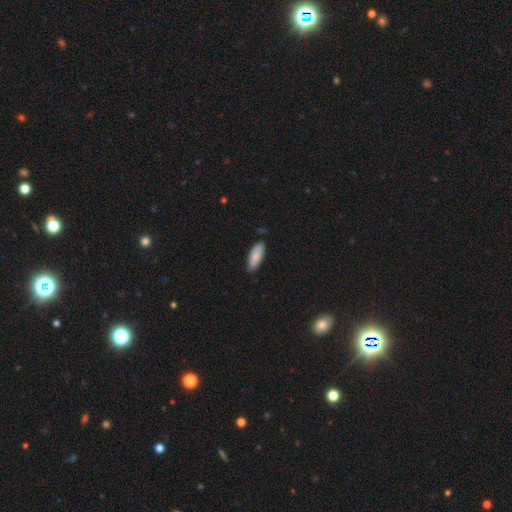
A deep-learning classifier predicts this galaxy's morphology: smooth-or-featured: smooth: 84% | featured or disk: 10% | star or artifact: 6%
  how-rounded: in between: 79% | cigar-shaped: 19% | round: 2%
  merging: none: 81% | minor disturbance: 15% | major disturbance: 2% | merger: 1%